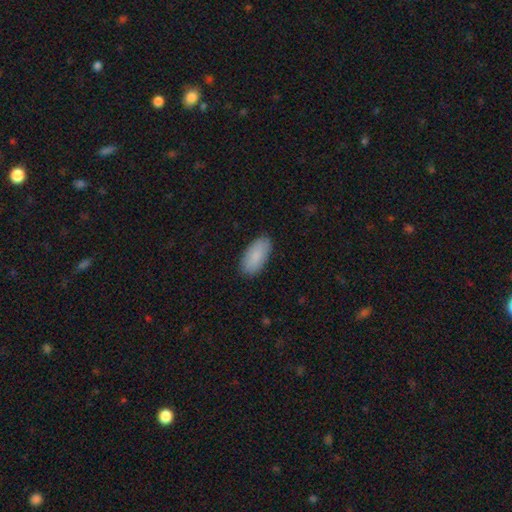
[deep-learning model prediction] smooth 88%, featured or disk 6%, star or artifact 6%. Down the decision tree: how rounded — in between (93%); merging — none (86%).